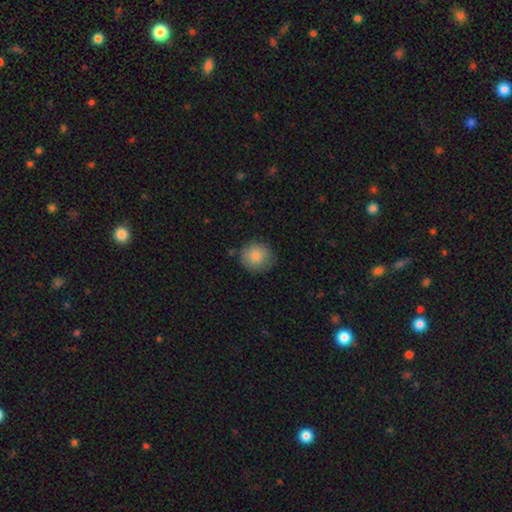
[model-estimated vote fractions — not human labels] Q: Smooth or featured?
A: smooth (86%); runner-up: star or artifact (7%)
Q: How rounded?
A: round (88%); runner-up: in between (11%)
Q: Merging?
A: none (80%); runner-up: minor disturbance (15%)